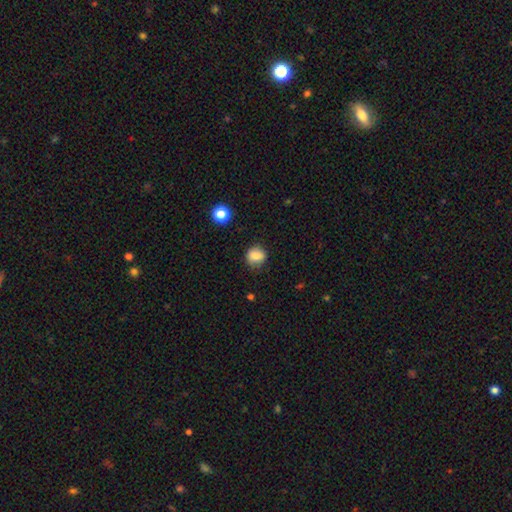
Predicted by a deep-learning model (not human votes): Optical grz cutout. It shows a smooth galaxy with no disk features (83%) that is round (75%). Merging: none (79%).